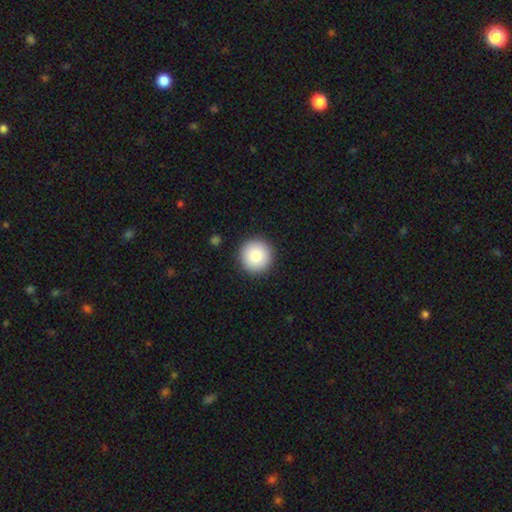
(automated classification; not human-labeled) Smooth or featured? Predicted: smooth (p=0.87). How rounded? Predicted: round (p=0.96). Merging? Predicted: none (p=0.92).